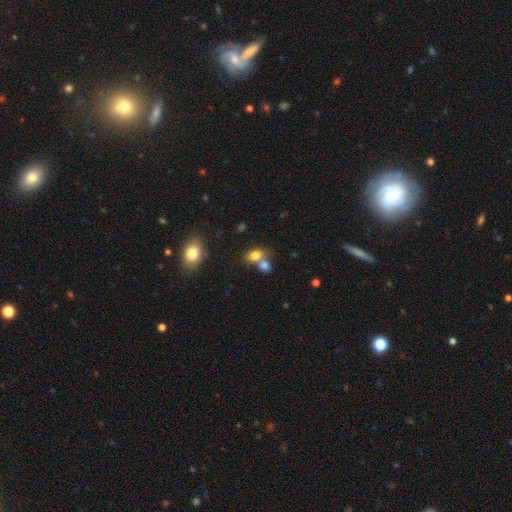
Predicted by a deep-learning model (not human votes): A smooth galaxy with no disk features (79%) that is in between round and cigar-shaped (71%).

Vote fractions:
- Smooth or featured? smooth: 79% / star or artifact: 11% / featured or disk: 10%
- How rounded? in between: 71% / round: 27% / cigar-shaped: 2%
- Merging? merger: 49% / none: 38% / minor disturbance: 9% / major disturbance: 4%